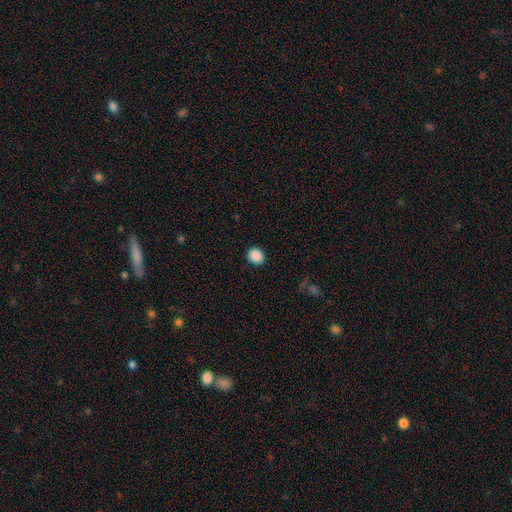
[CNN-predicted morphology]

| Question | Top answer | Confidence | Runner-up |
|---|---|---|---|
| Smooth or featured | smooth | 89% | star or artifact (9%) |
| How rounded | round | 72% | in between (27%) |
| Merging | none | 90% | minor disturbance (7%) |